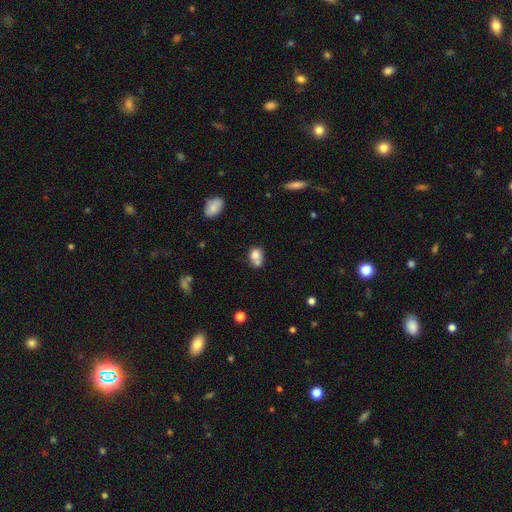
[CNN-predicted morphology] A smooth galaxy with no disk features (76%) that is round (58%).

Vote fractions:
- Smooth or featured? smooth: 76% / featured or disk: 13% / star or artifact: 10%
- How rounded? round: 58% / in between: 41% / cigar-shaped: 1%
- Merging? merger: 49% / none: 34% / minor disturbance: 11% / major disturbance: 5%